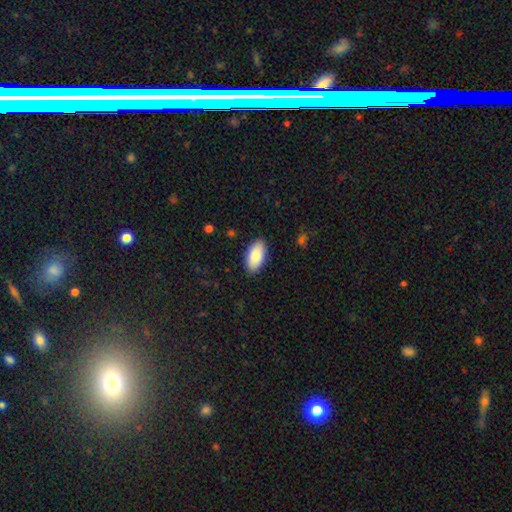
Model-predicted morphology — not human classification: A smooth galaxy with no disk features (85%) that is in between round and cigar-shaped (95%).

Vote fractions:
- Smooth or featured? smooth: 85% / featured or disk: 9% / star or artifact: 6%
- How rounded? in between: 95% / cigar-shaped: 3% / round: 2%
- Merging? none: 89% / minor disturbance: 8% / major disturbance: 2% / merger: 1%